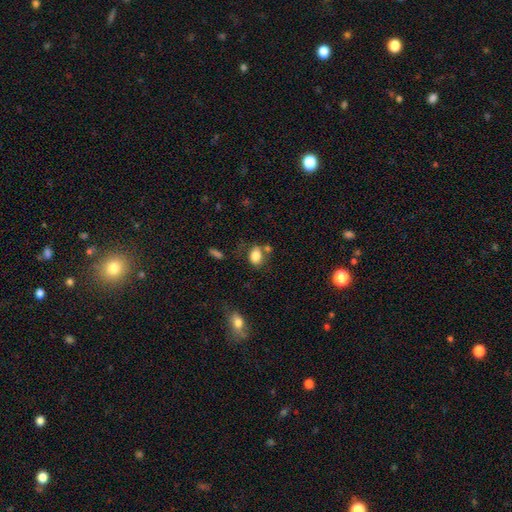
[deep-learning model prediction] Smooth or featured? smooth (80%)
How rounded? in between (68%)
Merging? none (58%)